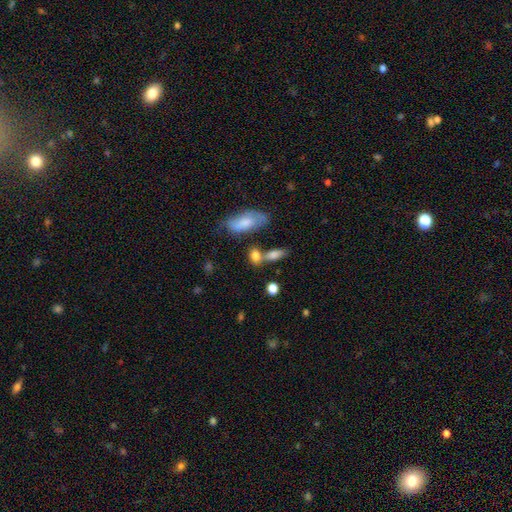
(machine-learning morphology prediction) This is likely a smooth galaxy (78%). How rounded: likely in between (69%). Merging: possibly none (47%).